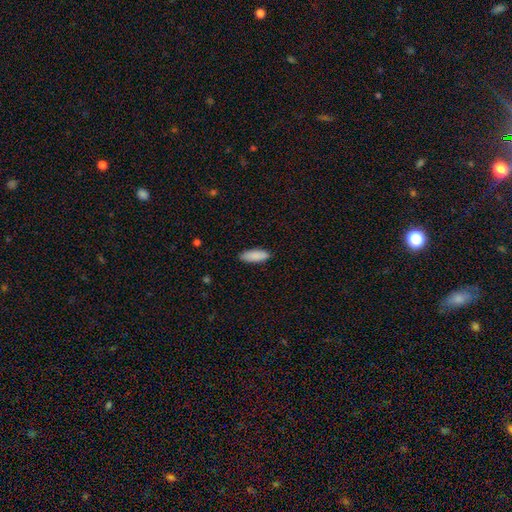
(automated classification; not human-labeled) A smooth galaxy with no disk features (89%) that is in between round and cigar-shaped (68%). Merging: none (87%).